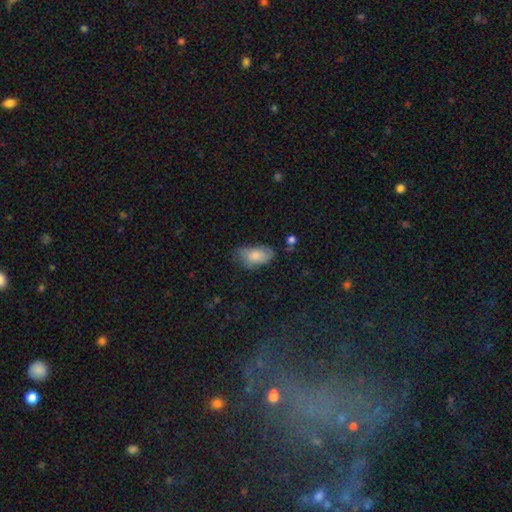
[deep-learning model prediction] The model was most divided on "merging": none: 56%, minor disturbance: 32%, major disturbance: 9%, merger: 2%. More confident: how rounded — in between (93%); smooth or featured — smooth (78%).